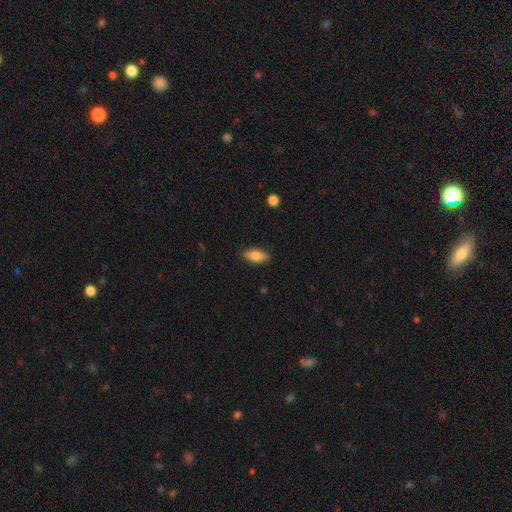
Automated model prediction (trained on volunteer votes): smooth_or_featured: smooth (p=0.78) [alt: featured or disk p=0.15]
how_rounded: in between (p=0.82) [alt: cigar-shaped p=0.15]
merging: none (p=0.86) [alt: minor disturbance p=0.11]